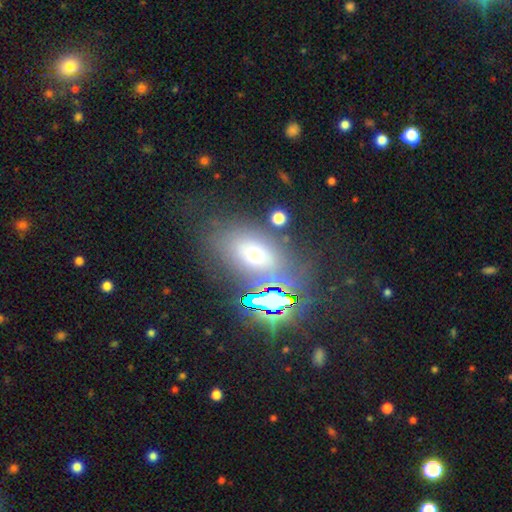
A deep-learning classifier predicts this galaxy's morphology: This is marginally a smooth galaxy (44%). Merging: likely none (64%).